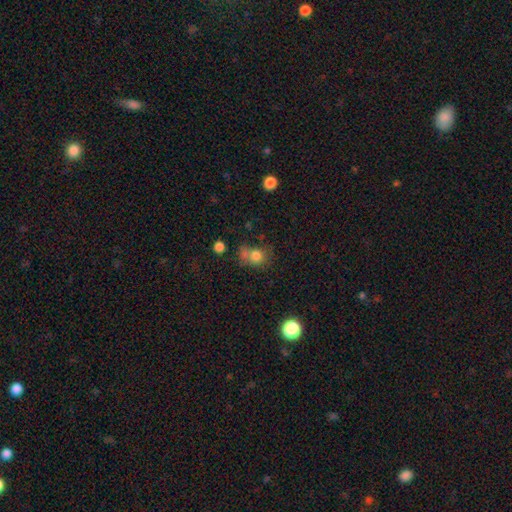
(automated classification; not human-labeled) This appears to be a smooth galaxy with no disk features (77%) that is round (70%). Merging: none (45%).